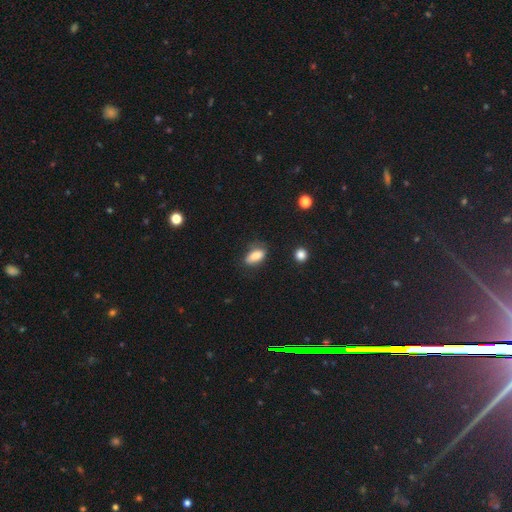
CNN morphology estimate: Smooth or featured: smooth — 83% (featured or disk — 9%)
How rounded: in between — 83% (cigar-shaped — 12%)
Merging: none — 70% (minor disturbance — 22%)